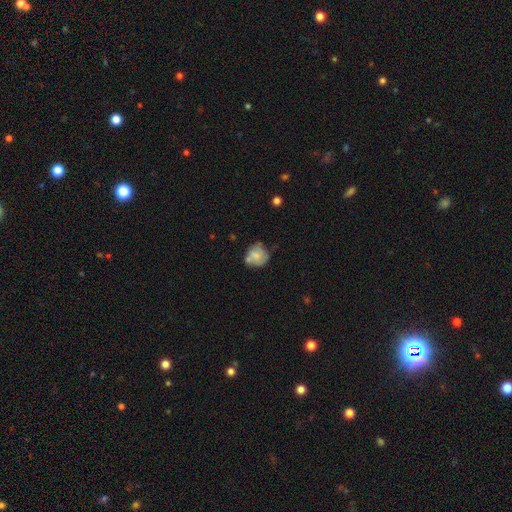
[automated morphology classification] type=smooth (55%); roundness=round (73%); merging=none (50%).